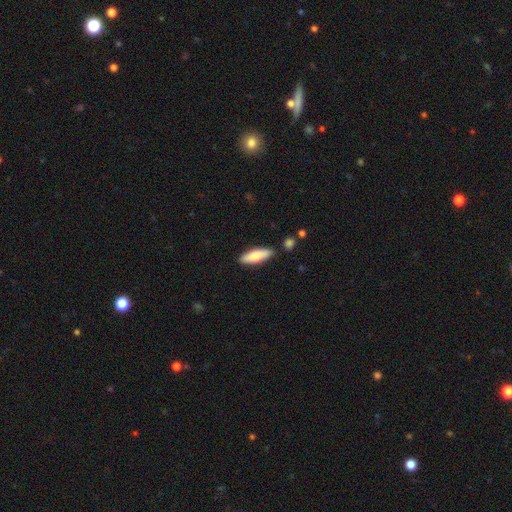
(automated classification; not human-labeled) smooth-or-featured: smooth: 74% | featured or disk: 20% | star or artifact: 5%
  how-rounded: cigar-shaped: 51% | in between: 47% | round: 2%
  merging: none: 85% | minor disturbance: 10% | merger: 3% | major disturbance: 2%